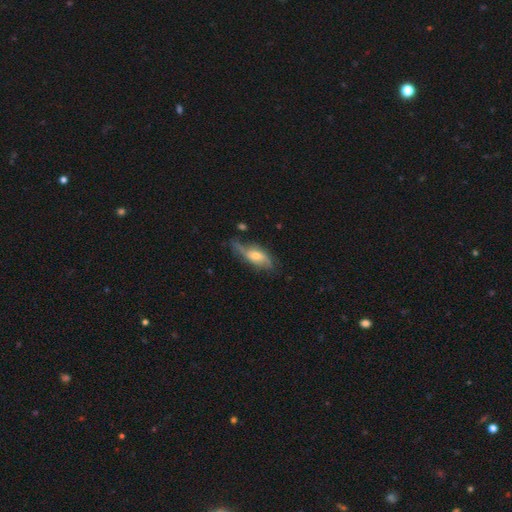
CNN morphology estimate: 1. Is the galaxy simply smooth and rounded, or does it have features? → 64% featured or disk, 29% smooth, 7% star or artifact.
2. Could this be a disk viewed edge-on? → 81% no, 19% yes.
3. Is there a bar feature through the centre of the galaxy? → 60% no, 32% weak, 8% strong.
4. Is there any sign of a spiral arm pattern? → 85% yes, 15% no.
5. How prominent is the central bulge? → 56% moderate, 33% small, 7% large, 3% none, 1% dominant.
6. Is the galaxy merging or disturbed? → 54% none, 28% minor disturbance, 14% major disturbance, 4% merger.